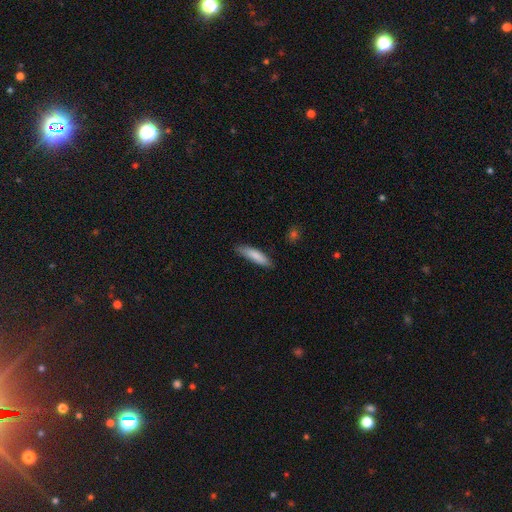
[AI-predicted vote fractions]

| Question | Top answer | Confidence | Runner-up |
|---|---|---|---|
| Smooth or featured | smooth | 84% | featured or disk (10%) |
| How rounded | cigar-shaped | 75% | in between (24%) |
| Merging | none | 82% | minor disturbance (14%) |